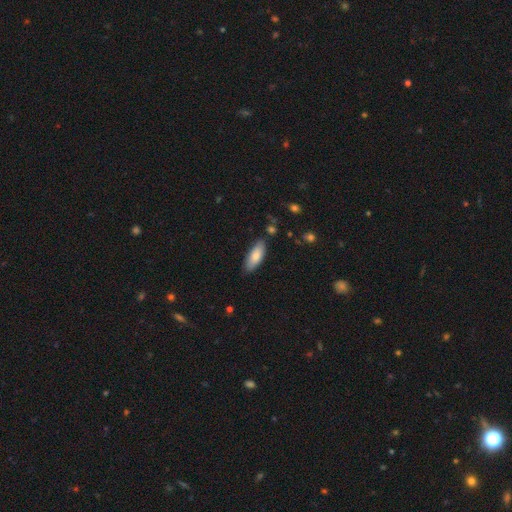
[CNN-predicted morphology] A smooth galaxy with no disk features (79%) that is in between round and cigar-shaped (72%). Merging: none (82%).